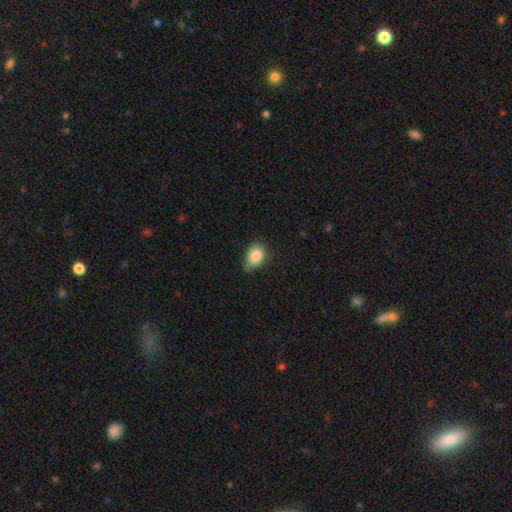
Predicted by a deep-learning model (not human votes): A smooth galaxy with no disk features (86%) that is in between round and cigar-shaped (79%).

Vote fractions:
- Smooth or featured? smooth: 86% / star or artifact: 8% / featured or disk: 6%
- How rounded? in between: 79% / round: 20% / cigar-shaped: 1%
- Merging? none: 62% / minor disturbance: 32% / major disturbance: 5% / merger: 1%